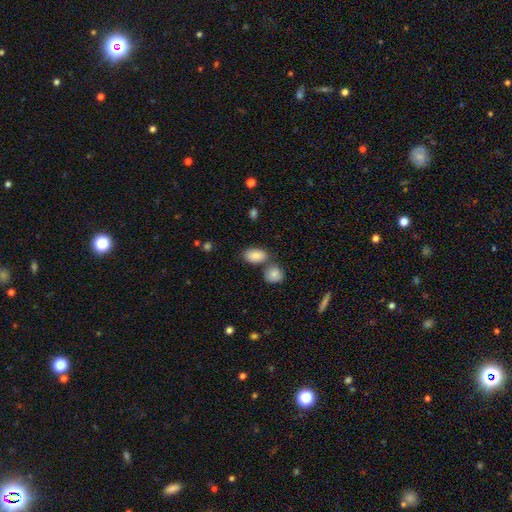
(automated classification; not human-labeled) Smooth or featured? smooth (87%)
How rounded? in between (91%)
Merging? none (60%)